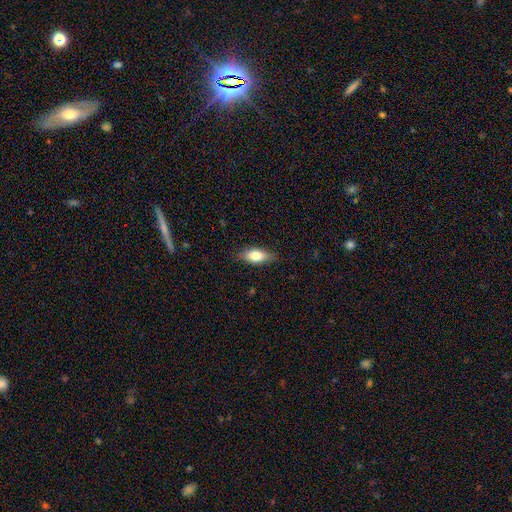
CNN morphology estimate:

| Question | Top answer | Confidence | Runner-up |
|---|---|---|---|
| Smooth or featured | smooth | 78% | featured or disk (15%) |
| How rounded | in between | 83% | cigar-shaped (14%) |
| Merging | none | 84% | minor disturbance (13%) |